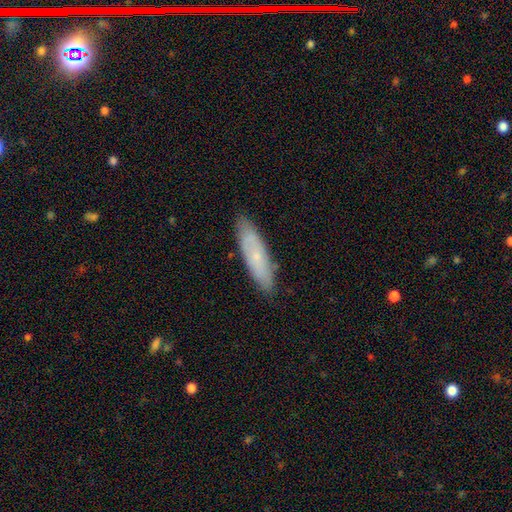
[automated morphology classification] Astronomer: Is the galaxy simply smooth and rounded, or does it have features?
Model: smooth — 57% (runner-up: featured or disk, 36%).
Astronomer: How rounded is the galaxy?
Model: cigar-shaped — 64%.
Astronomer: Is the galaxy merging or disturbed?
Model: none — 84%.